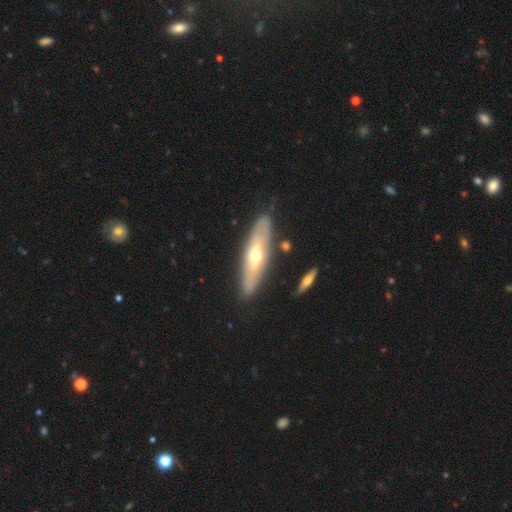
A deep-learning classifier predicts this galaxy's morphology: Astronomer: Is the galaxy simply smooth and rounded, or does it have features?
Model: featured or disk — 60% (runner-up: smooth, 35%).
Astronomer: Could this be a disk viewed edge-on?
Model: no — 51% (runner-up: yes, 49%).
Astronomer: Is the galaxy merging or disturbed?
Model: none — 83%.